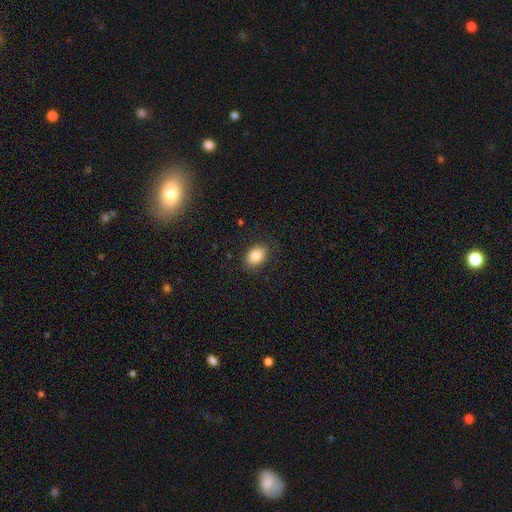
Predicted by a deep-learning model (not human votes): smooth-or-featured: smooth: 86% | star or artifact: 8% | featured or disk: 6%
  how-rounded: in between: 75% | round: 24% | cigar-shaped: 1%
  merging: none: 85% | minor disturbance: 11% | major disturbance: 3% | merger: 1%